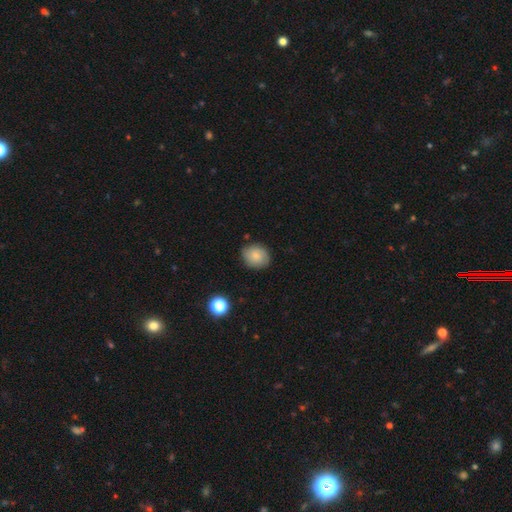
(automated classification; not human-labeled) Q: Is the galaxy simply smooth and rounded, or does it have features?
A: smooth — 82%.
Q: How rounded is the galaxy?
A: round — 65%.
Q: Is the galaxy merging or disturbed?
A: none — 84%.